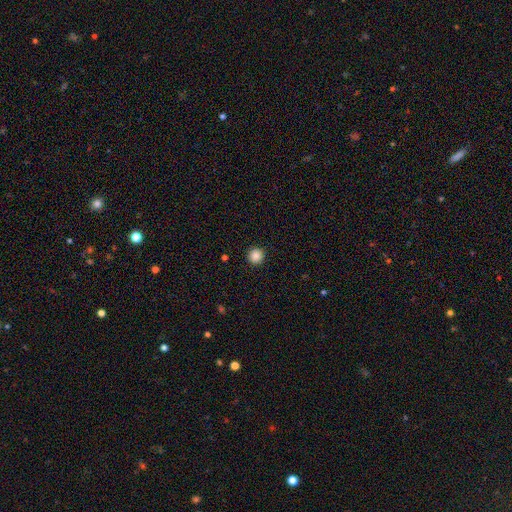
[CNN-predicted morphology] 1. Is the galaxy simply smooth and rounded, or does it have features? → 87% smooth, 10% star or artifact, 3% featured or disk.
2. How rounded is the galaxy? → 95% round, 4% in between, 1% cigar-shaped.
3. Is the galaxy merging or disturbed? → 93% none, 4% minor disturbance, 2% major disturbance, 1% merger.